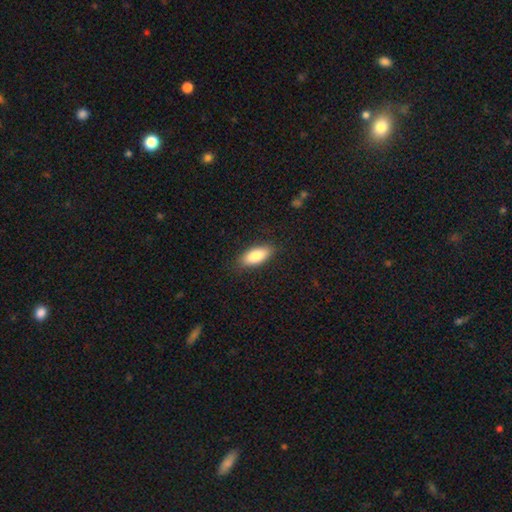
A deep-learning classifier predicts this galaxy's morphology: Q: Smooth or featured?
A: smooth (84%); runner-up: featured or disk (10%)
Q: How rounded?
A: in between (82%); runner-up: cigar-shaped (16%)
Q: Merging?
A: none (86%); runner-up: minor disturbance (11%)